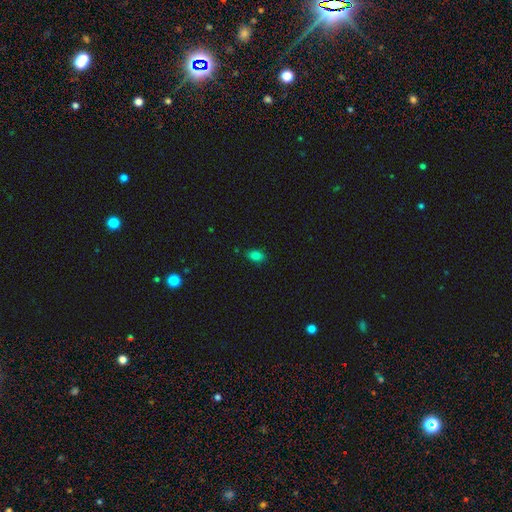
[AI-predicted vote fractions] smooth 81%, star or artifact 14%, featured or disk 5%. Down the decision tree: how rounded — in between (86%); merging — none (84%).